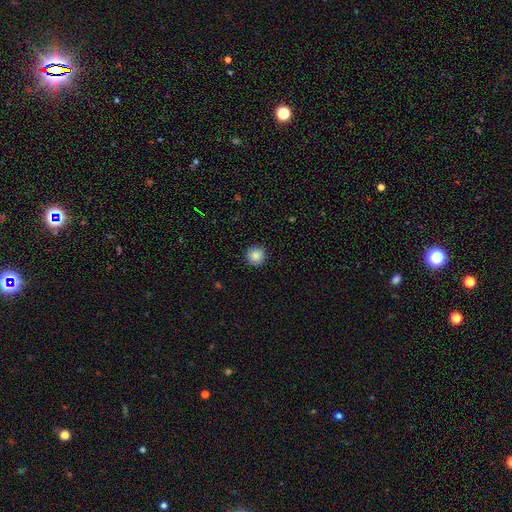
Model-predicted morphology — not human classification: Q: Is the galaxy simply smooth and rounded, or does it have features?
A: smooth — 85%.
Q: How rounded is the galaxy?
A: round — 95%.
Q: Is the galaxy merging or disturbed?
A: none — 91%.